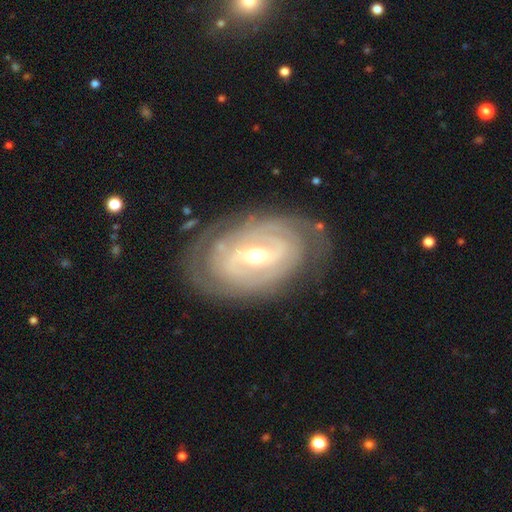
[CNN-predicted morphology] featured or disk 85%, smooth 10%, star or artifact 5%. Down the decision tree: edge-on disk — no (95%); bar — weak (43%); spiral arms — yes (84%); spiral arm count — can't tell (45%); spiral winding — tight (77%); bulge size — moderate (61%); merging — none (78%).